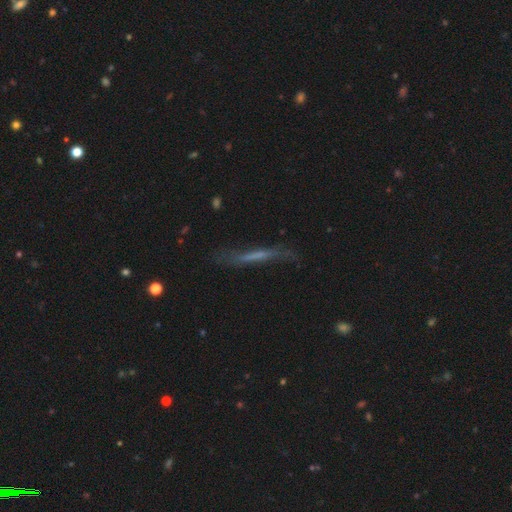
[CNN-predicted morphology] The model was most divided on "smooth or featured": featured or disk: 51%, smooth: 38%, star or artifact: 11%. More confident: edge-on disk — yes (70%); merging — none (64%).